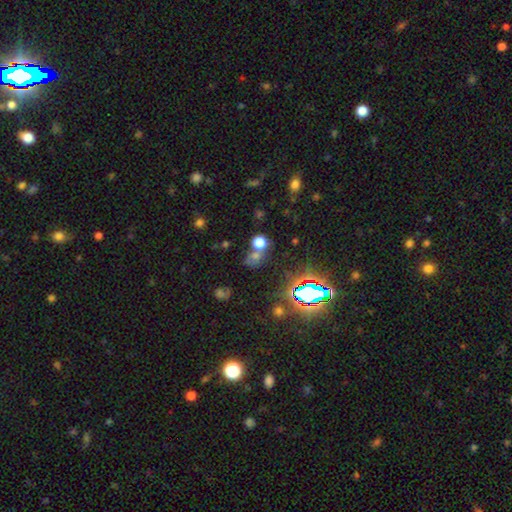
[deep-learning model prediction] This is possibly a star or artifact rather than a galaxy (50%).